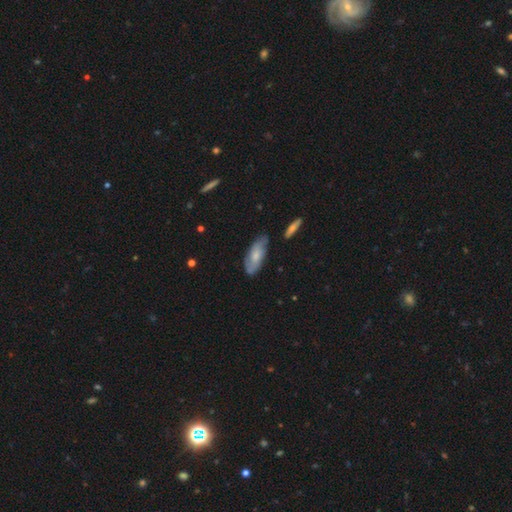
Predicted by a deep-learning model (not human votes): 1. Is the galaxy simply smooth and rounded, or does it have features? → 56% smooth, 38% featured or disk, 7% star or artifact.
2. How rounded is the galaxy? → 80% in between, 18% cigar-shaped, 2% round.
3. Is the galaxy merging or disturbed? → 69% none, 23% minor disturbance, 5% major disturbance, 4% merger.